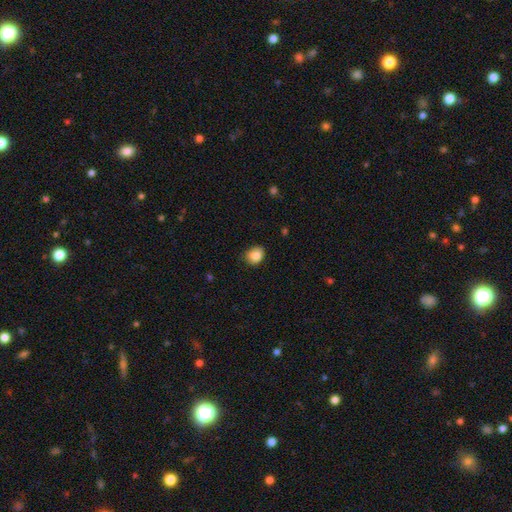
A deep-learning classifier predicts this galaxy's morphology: smooth-or-featured: smooth: 85% | star or artifact: 9% | featured or disk: 6%
  how-rounded: round: 57% | in between: 42% | cigar-shaped: 1%
  merging: none: 78% | minor disturbance: 18% | major disturbance: 3% | merger: 1%